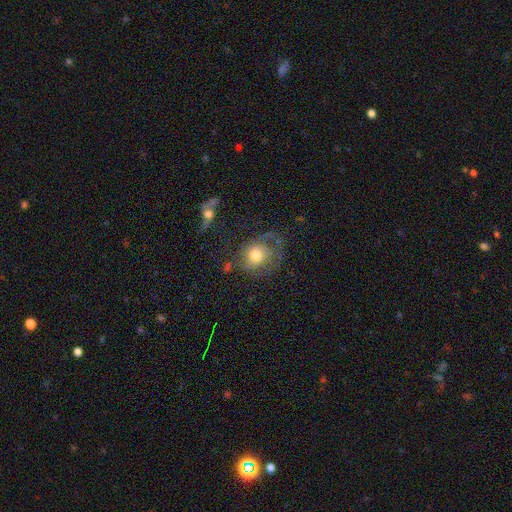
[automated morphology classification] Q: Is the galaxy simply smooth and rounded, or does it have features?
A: smooth — 49%.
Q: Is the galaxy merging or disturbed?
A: none — 49%.